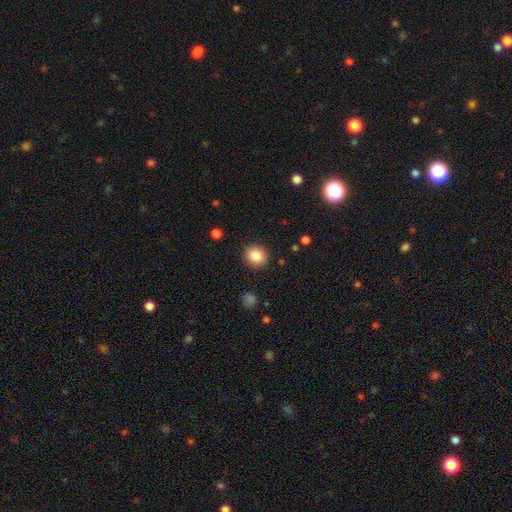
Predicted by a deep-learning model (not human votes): This is clearly a smooth galaxy (86%). How rounded: likely round (80%). Merging: clearly none (90%).